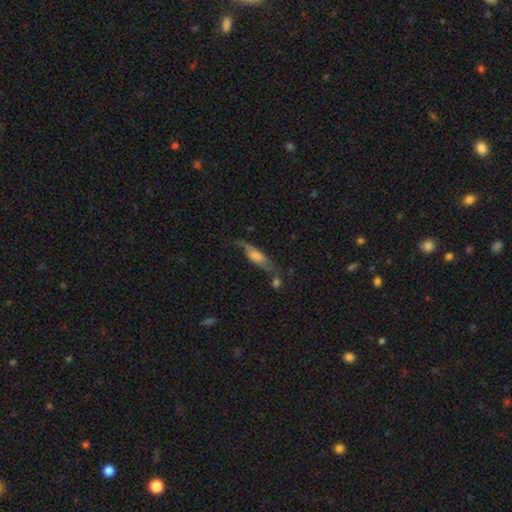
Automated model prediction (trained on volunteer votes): Morphology: type=featured or disk (52%); edge-on=yes (57%); merging=none (50%).